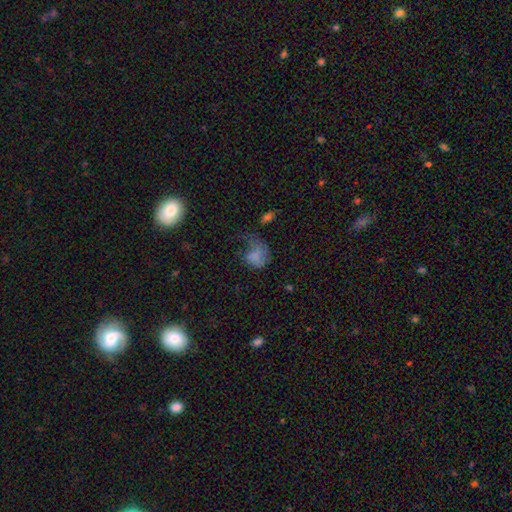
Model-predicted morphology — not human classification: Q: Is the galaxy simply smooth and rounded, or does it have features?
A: smooth — 63%.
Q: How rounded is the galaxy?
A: in between — 61%.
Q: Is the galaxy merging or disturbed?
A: major disturbance — 54%.